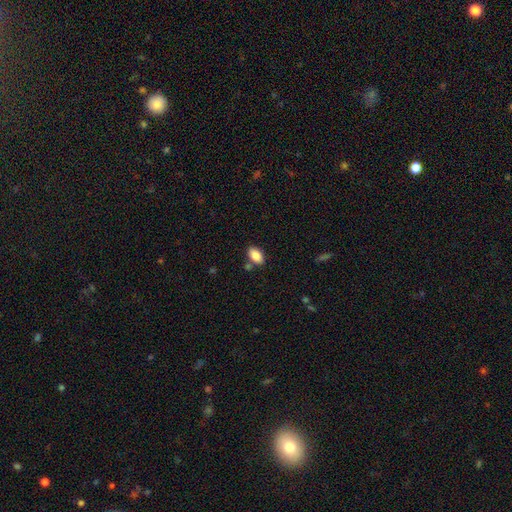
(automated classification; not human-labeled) smooth 86%, star or artifact 8%, featured or disk 7%. Down the decision tree: how rounded — in between (93%); merging — none (77%).